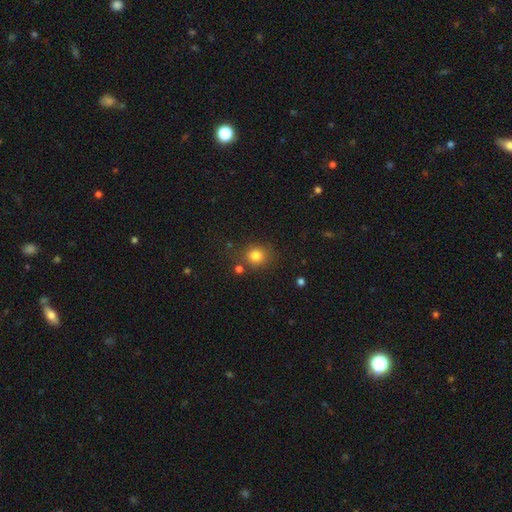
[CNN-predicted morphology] The model was most divided on "merging": none: 78%, minor disturbance: 11%, merger: 7%, major disturbance: 4%. More confident: how rounded — round (83%); smooth or featured — smooth (81%).